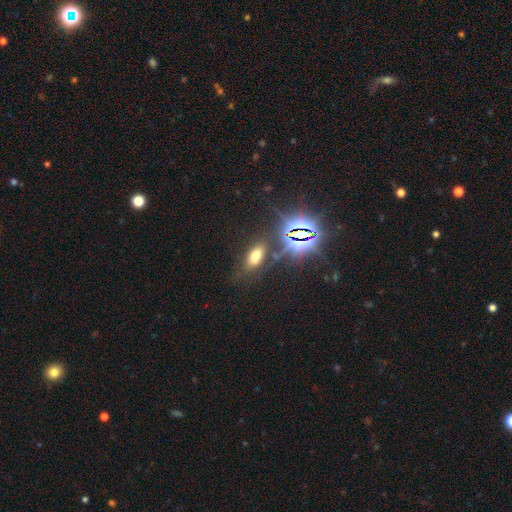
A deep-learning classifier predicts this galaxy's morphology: type=smooth (52%); roundness=in between (84%); merging=none (72%).